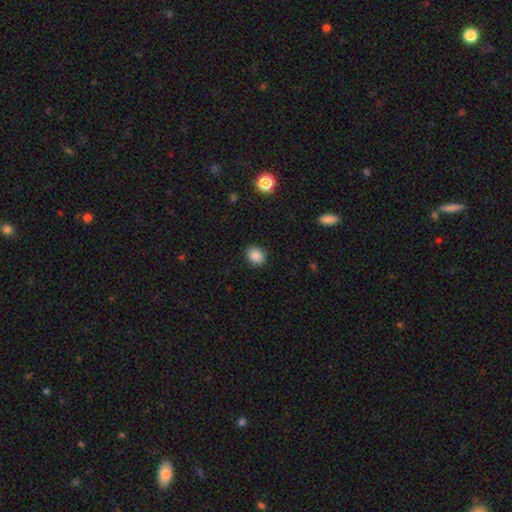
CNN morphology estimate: smooth_or_featured: smooth (p=0.87) [alt: star or artifact p=0.10]
how_rounded: round (p=0.70) [alt: in between p=0.29]
merging: none (p=0.90) [alt: minor disturbance p=0.07]